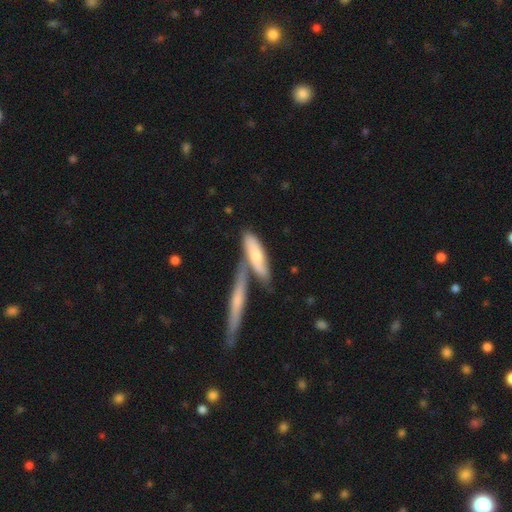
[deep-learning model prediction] This is likely a smooth galaxy (63%). How rounded: likely cigar-shaped (63%). Merging: marginally none (42%).